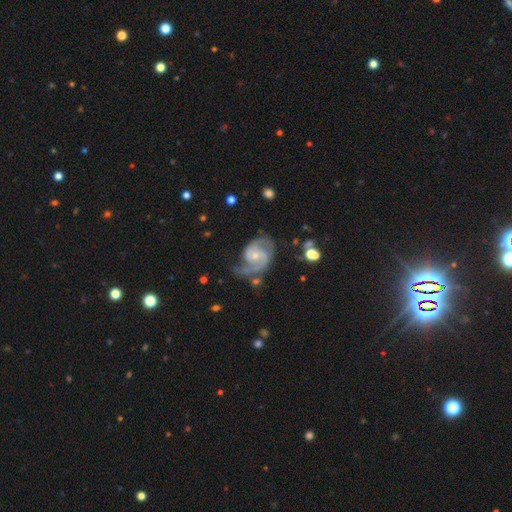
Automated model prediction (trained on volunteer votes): This is clearly a featured or disk galaxy (89%). It is clearly not viewed edge-on (98%). Bar: possibly no (54%). Spiral arm pattern: clearly yes (97%). Spiral arm count: clearly 2 (86%). Spiral winding: possibly medium (55%). Central bulge: likely small (63%). Merging: possibly none (59%).